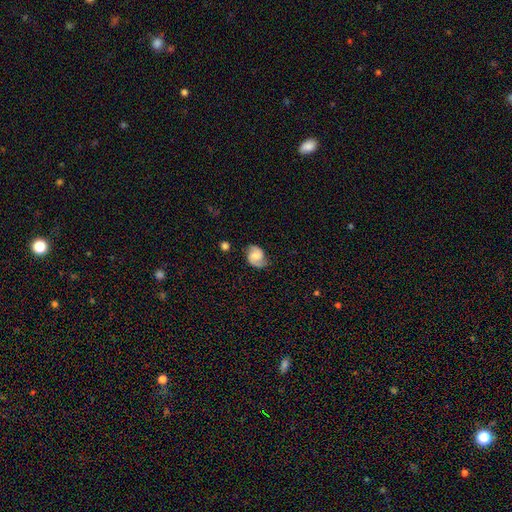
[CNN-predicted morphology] This appears to be a featured or disk galaxy (67%) with no bar (51%), 2 (87%) medium (48%) spiral arms (95%) and a moderate central bulge (35%). Merging: none (70%).